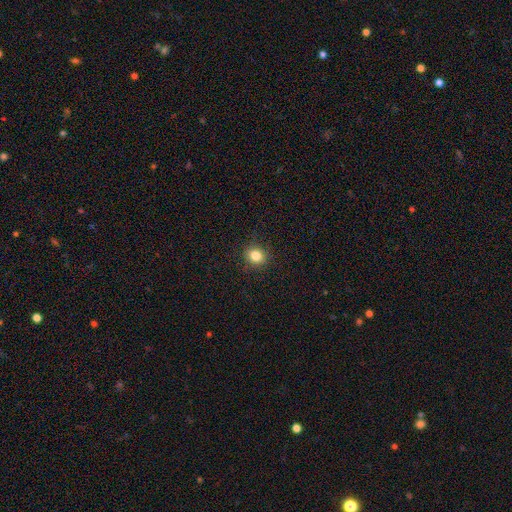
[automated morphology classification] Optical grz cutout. It shows a smooth galaxy with no disk features (83%) that is round (79%). Merging: none (90%).